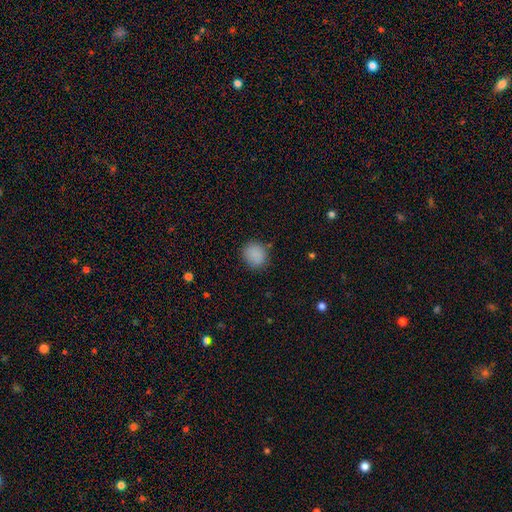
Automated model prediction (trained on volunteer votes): This appears to be a smooth galaxy with no disk features (87%) that is round (81%). Merging: none (85%).